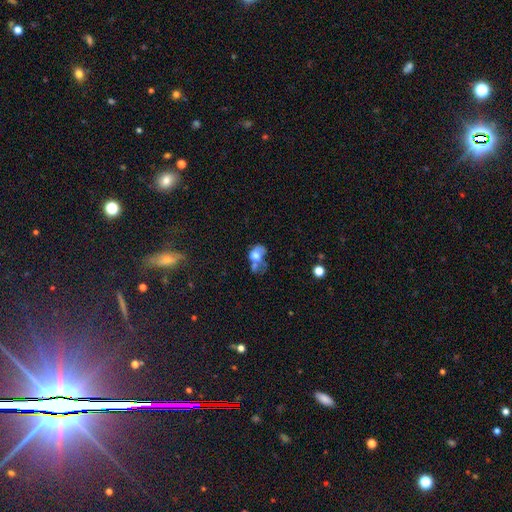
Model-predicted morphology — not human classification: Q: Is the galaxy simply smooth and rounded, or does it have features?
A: smooth — 56%.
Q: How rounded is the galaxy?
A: in between — 62%.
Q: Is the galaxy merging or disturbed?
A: merger — 38%.